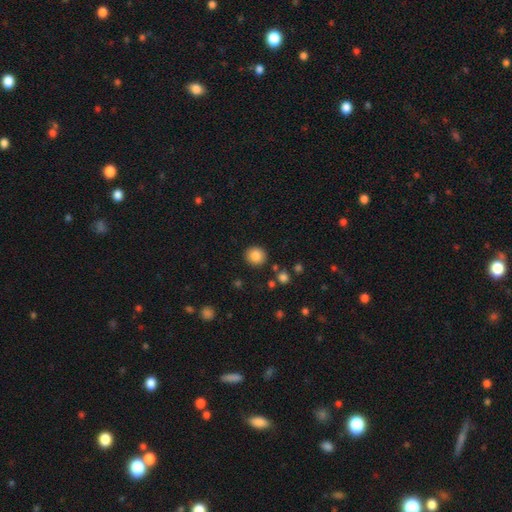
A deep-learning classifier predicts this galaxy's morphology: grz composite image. It shows a smooth galaxy with no disk features (85%) that is round (88%). Merging: none (89%).